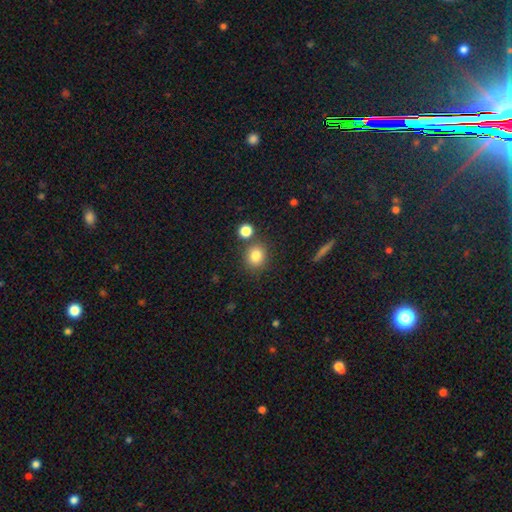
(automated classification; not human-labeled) Smooth or featured?
  - smooth: 82% *
  - star or artifact: 11%
  - featured or disk: 7%
How rounded?
  - round: 82% *
  - in between: 17%
  - cigar-shaped: 1%
Merging?
  - none: 78% *
  - merger: 10%
  - minor disturbance: 9%
  - major disturbance: 3%